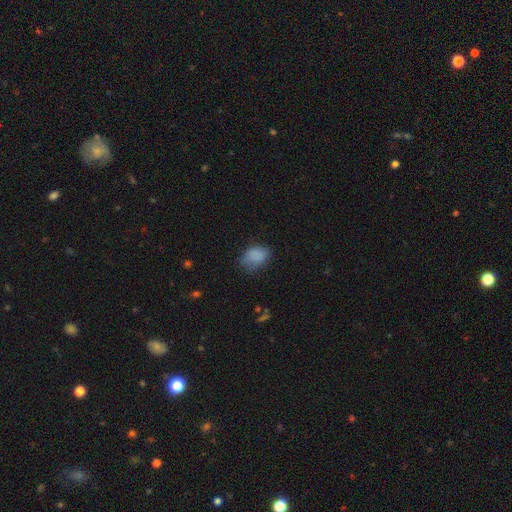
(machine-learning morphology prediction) smooth 84%, star or artifact 10%, featured or disk 6%. Down the decision tree: how rounded — in between (75%); merging — none (62%).